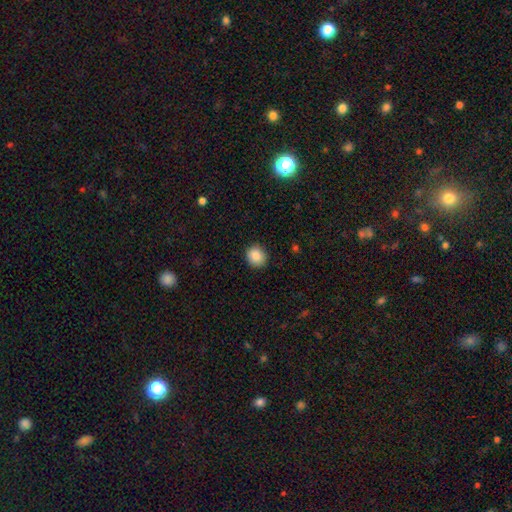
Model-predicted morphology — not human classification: Smooth or featured? Predicted: smooth (p=0.87). How rounded? Predicted: round (p=0.80). Merging? Predicted: none (p=0.89).